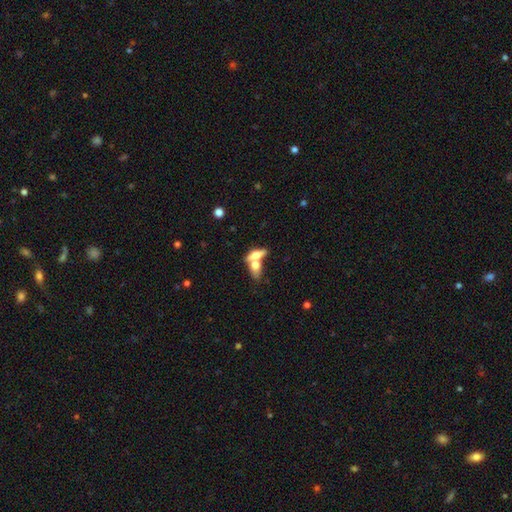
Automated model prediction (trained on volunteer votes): Smooth or featured: smooth — 58% (featured or disk — 34%)
How rounded: in between — 63% (cigar-shaped — 30%)
Merging: merger — 65% (none — 25%)